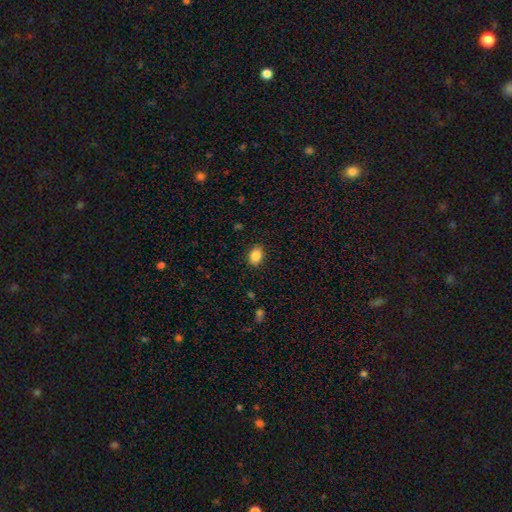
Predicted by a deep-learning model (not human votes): smooth_or_featured: smooth (p=0.87) [alt: star or artifact p=0.09]
how_rounded: in between (p=0.75) [alt: round p=0.24]
merging: none (p=0.87) [alt: minor disturbance p=0.09]